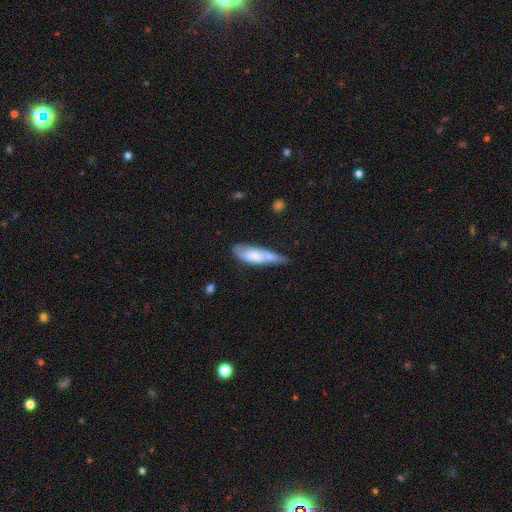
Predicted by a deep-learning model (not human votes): This appears to be a smooth galaxy with no disk features (63%) that is cigar-shaped (53%). Merging: none (40%).